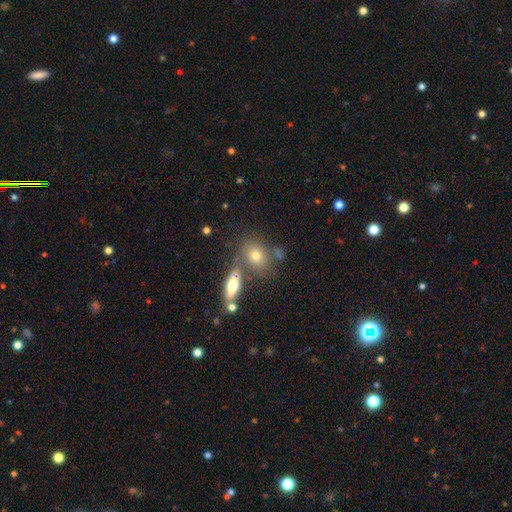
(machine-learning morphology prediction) smooth_or_featured: smooth (p=0.71) [alt: featured or disk p=0.18]
how_rounded: in between (p=0.57) [alt: round p=0.39]
merging: none (p=0.54) [alt: merger p=0.30]